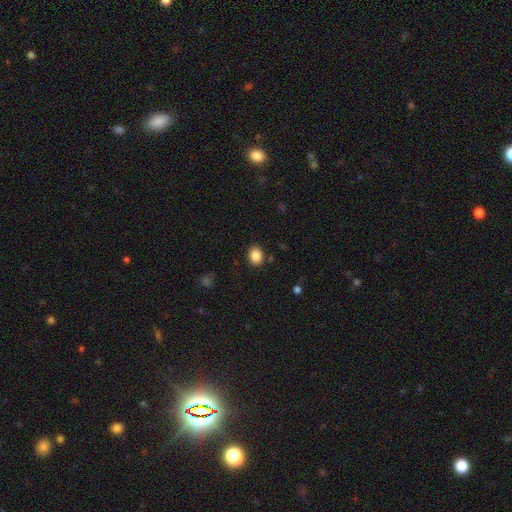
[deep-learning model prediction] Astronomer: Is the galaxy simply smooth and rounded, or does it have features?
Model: smooth — 86%.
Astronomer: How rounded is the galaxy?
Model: round — 52% (runner-up: in between, 47%).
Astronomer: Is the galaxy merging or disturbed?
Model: none — 87%.